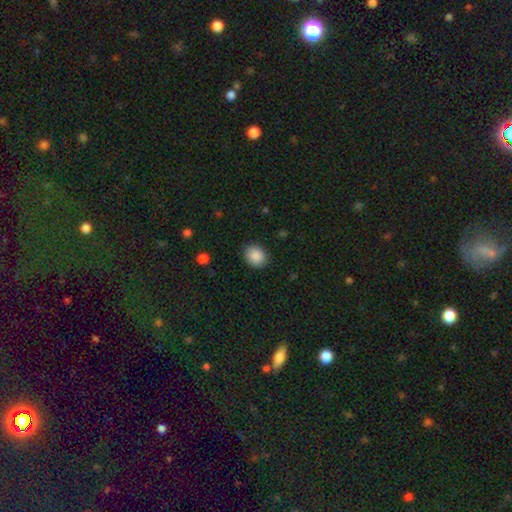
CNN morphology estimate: Smooth or featured? smooth (89%)
How rounded? round (65%)
Merging? none (87%)